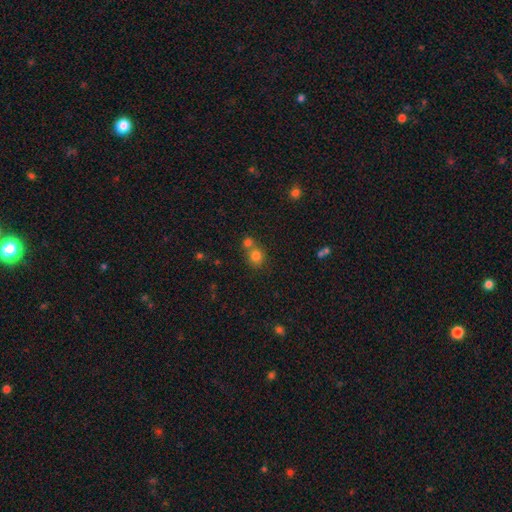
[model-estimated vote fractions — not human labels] Smooth or featured: smooth — 79% (star or artifact — 13%)
How rounded: round — 79% (in between — 20%)
Merging: none — 49% (merger — 40%)